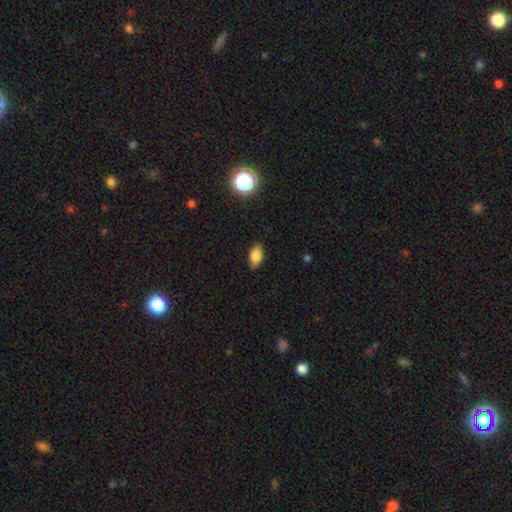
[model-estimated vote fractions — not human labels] Q: Smooth or featured?
A: smooth (80%); runner-up: featured or disk (10%)
Q: How rounded?
A: in between (89%); runner-up: round (7%)
Q: Merging?
A: none (84%); runner-up: minor disturbance (13%)